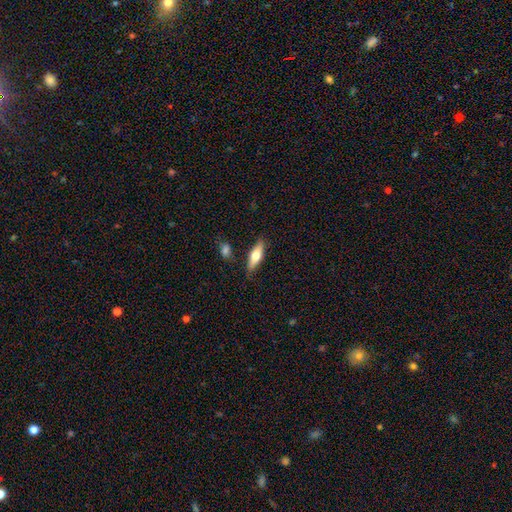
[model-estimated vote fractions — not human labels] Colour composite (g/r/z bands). It shows a smooth galaxy with no disk features (61%) that is cigar-shaped (49%). Merging: none (80%).